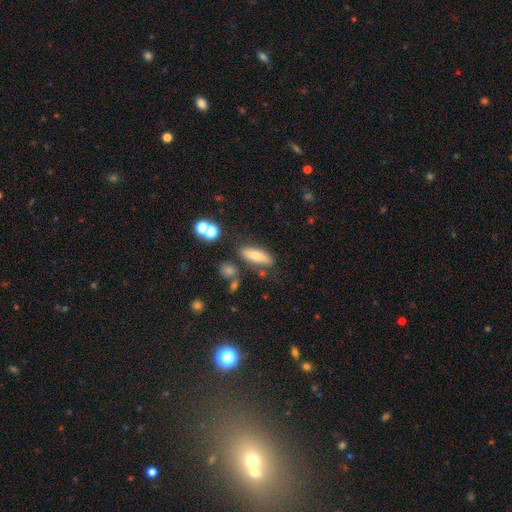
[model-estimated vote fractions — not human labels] Smooth or featured: smooth — 65% (featured or disk — 26%)
How rounded: in between — 56% (cigar-shaped — 40%)
Merging: none — 75% (minor disturbance — 13%)